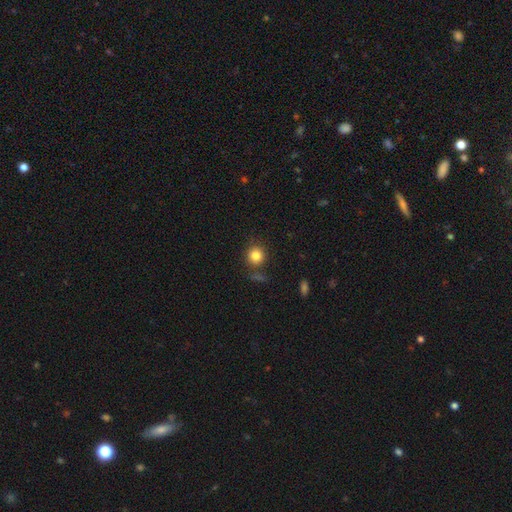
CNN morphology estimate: smooth 83%, star or artifact 11%, featured or disk 6%. Down the decision tree: how rounded — round (90%); merging — none (80%).